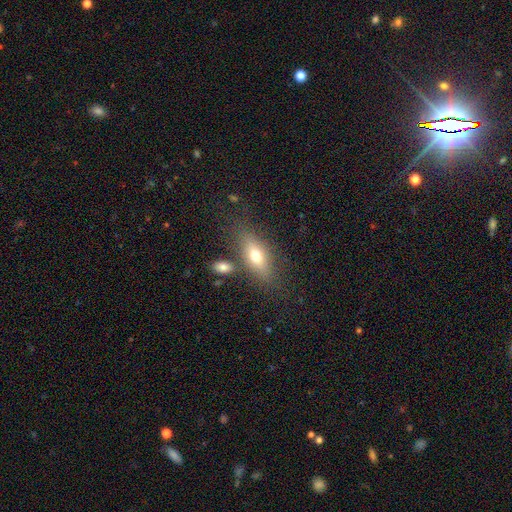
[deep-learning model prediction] Smooth or featured: smooth — 64% (featured or disk — 26%)
How rounded: in between — 71% (cigar-shaped — 24%)
Merging: none — 71% (minor disturbance — 14%)